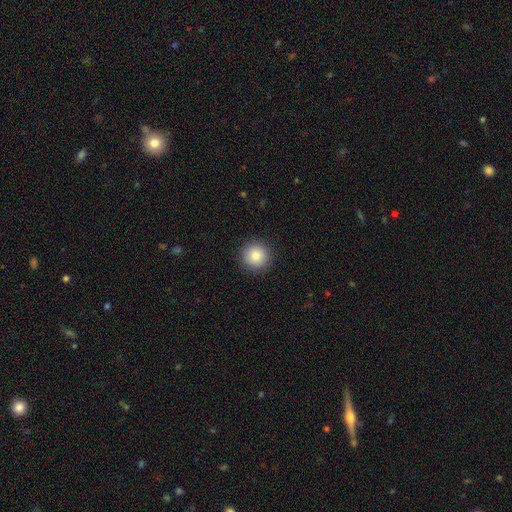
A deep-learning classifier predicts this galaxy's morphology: Overall: smooth (86%). How rounded: round (95%). Merging: none (92%).